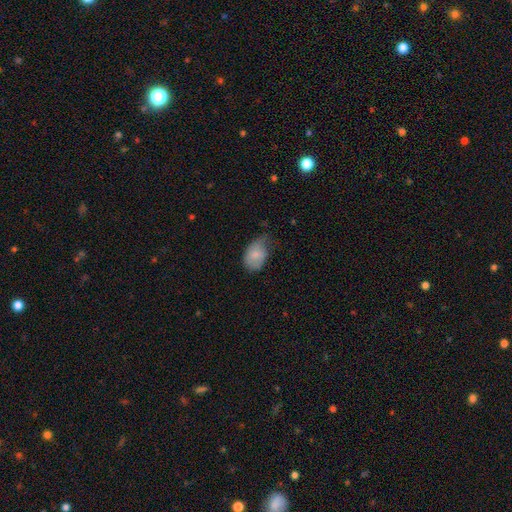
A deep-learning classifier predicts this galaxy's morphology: Overall: smooth (76%). How rounded: in between (85%). Merging: minor disturbance (46%; none 34%).